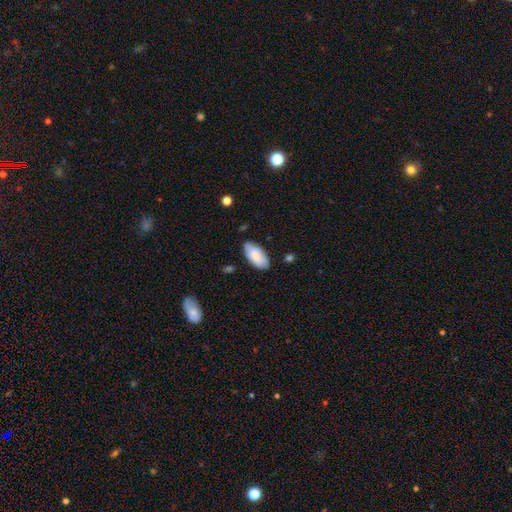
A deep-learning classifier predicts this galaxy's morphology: The model was most divided on "merging": none: 80%, minor disturbance: 15%, major disturbance: 3%, merger: 2%. More confident: how rounded — in between (94%); smooth or featured — smooth (82%).